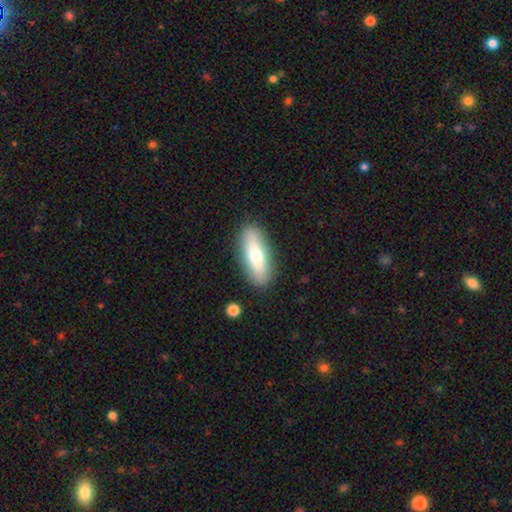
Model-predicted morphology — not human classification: A smooth galaxy with no disk features (61%) that is in between round and cigar-shaped (59%).

Vote fractions:
- Smooth or featured? smooth: 61% / featured or disk: 32% / star or artifact: 6%
- How rounded? in between: 59% / cigar-shaped: 38% / round: 3%
- Merging? none: 88% / minor disturbance: 8% / major disturbance: 2% / merger: 2%